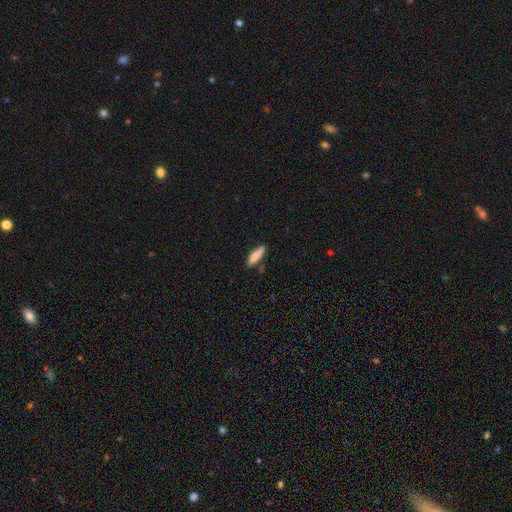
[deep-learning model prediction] Smooth or featured? smooth (84%)
How rounded? cigar-shaped (67%)
Merging? none (81%)